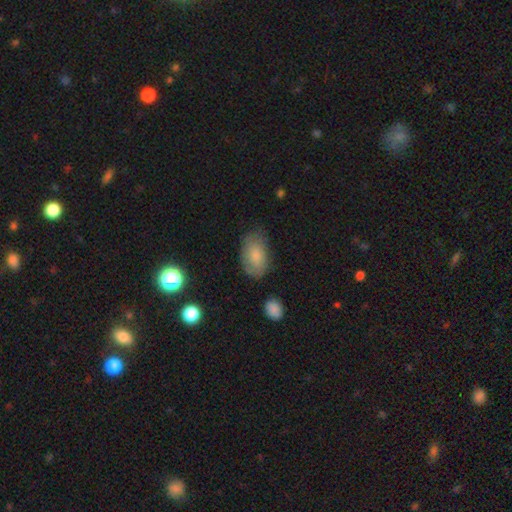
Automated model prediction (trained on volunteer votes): Q: Smooth or featured?
A: smooth (76%); runner-up: featured or disk (17%)
Q: How rounded?
A: in between (93%); runner-up: round (6%)
Q: Merging?
A: none (69%); runner-up: minor disturbance (22%)